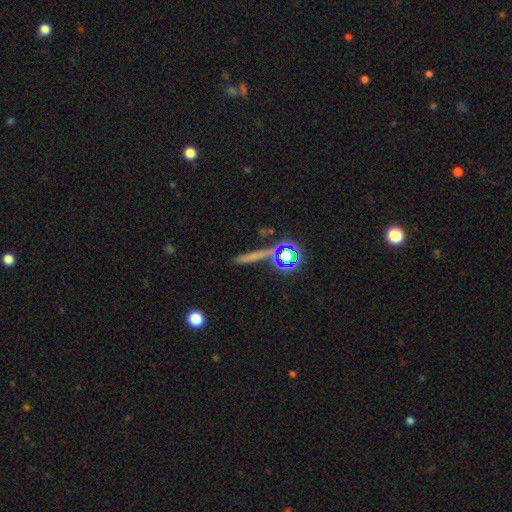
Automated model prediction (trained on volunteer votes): This appears to be a smooth galaxy with no disk features (42%). Merging: none (72%).